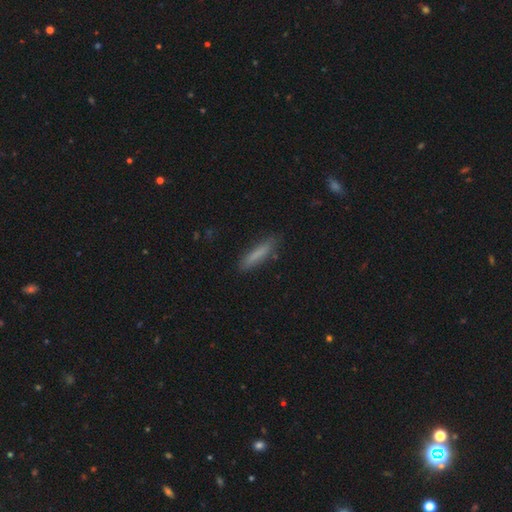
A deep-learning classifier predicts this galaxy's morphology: Q: Smooth or featured?
A: smooth (81%); runner-up: featured or disk (13%)
Q: How rounded?
A: cigar-shaped (85%); runner-up: in between (14%)
Q: Merging?
A: none (84%); runner-up: minor disturbance (12%)